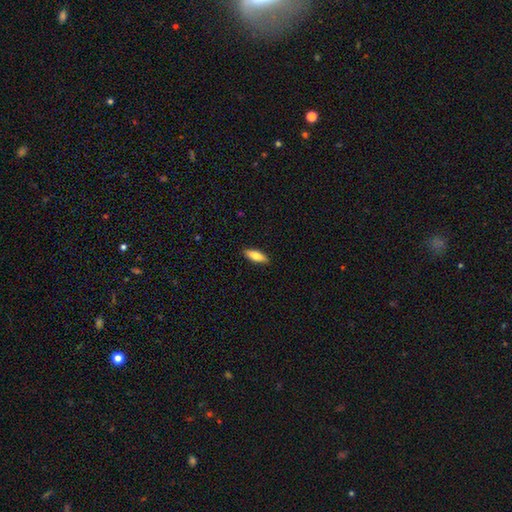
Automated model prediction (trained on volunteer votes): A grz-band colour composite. It shows a smooth galaxy with no disk features (76%) that is in between round and cigar-shaped (58%). Merging: none (89%).